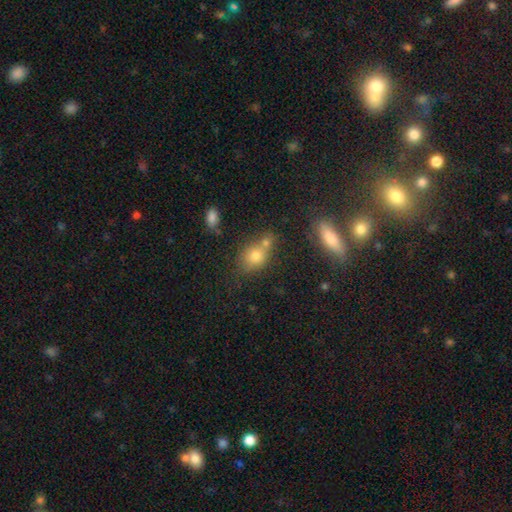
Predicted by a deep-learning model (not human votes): The model was most divided on "merging": none: 44%, merger: 37%, minor disturbance: 13%, major disturbance: 5%. More confident: smooth or featured — smooth (76%); how rounded — in between (52%).